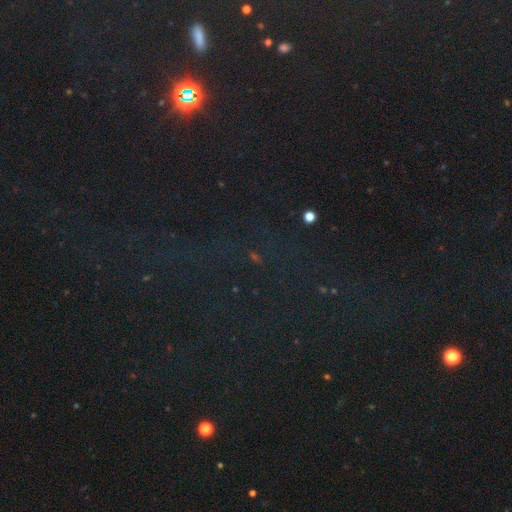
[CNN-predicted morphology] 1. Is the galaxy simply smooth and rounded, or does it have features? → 78% star or artifact, 14% smooth, 7% featured or disk.